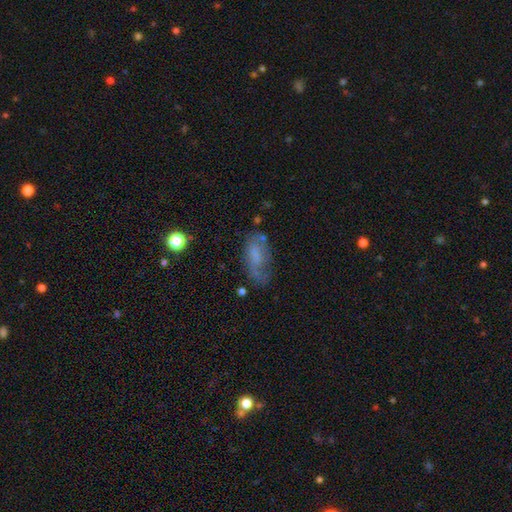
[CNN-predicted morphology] Smooth or featured?
  - smooth: 51% *
  - featured or disk: 37%
  - star or artifact: 12%
How rounded?
  - in between: 83% *
  - cigar-shaped: 12%
  - round: 4%
Merging?
  - none: 49% *
  - minor disturbance: 27%
  - major disturbance: 19%
  - merger: 4%